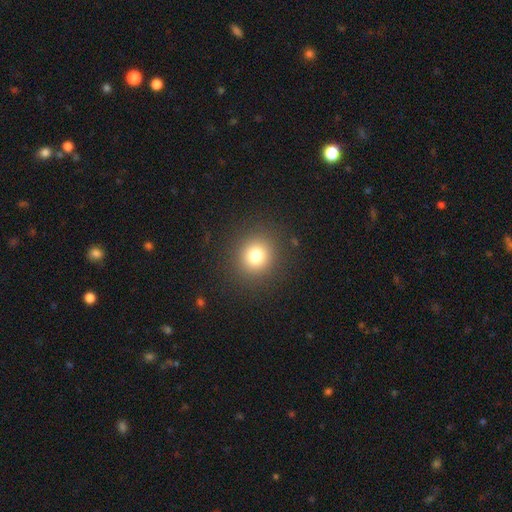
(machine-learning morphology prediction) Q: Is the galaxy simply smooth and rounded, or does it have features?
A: smooth — 77%.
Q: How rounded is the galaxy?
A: round — 89%.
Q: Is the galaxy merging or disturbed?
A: none — 90%.